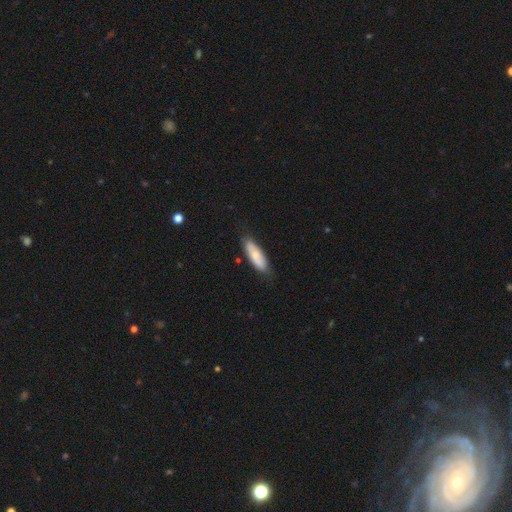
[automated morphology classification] smooth 63%, featured or disk 31%, star or artifact 6%. Down the decision tree: how rounded — in between (60%); merging — none (80%).